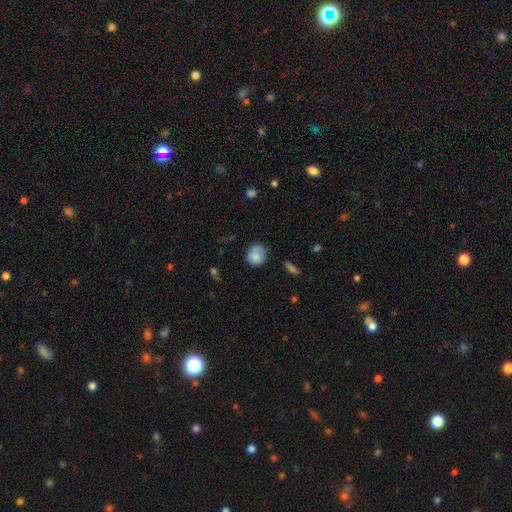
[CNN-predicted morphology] Smooth or featured? Predicted: smooth (p=0.82). How rounded? Predicted: round (p=0.79). Merging? Predicted: none (p=0.67).